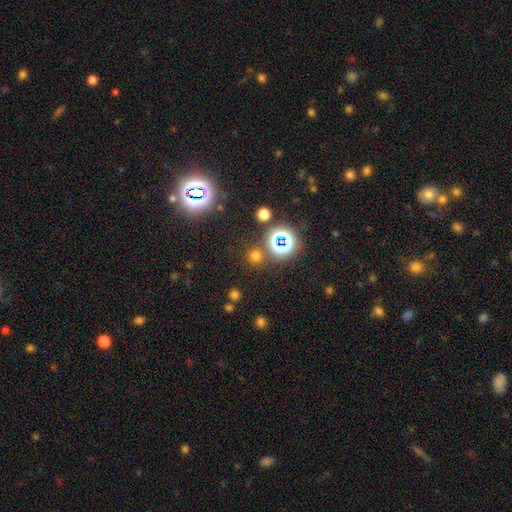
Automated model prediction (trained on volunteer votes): A smooth galaxy with no disk features (57%) that is round (91%). Merging: none (82%).